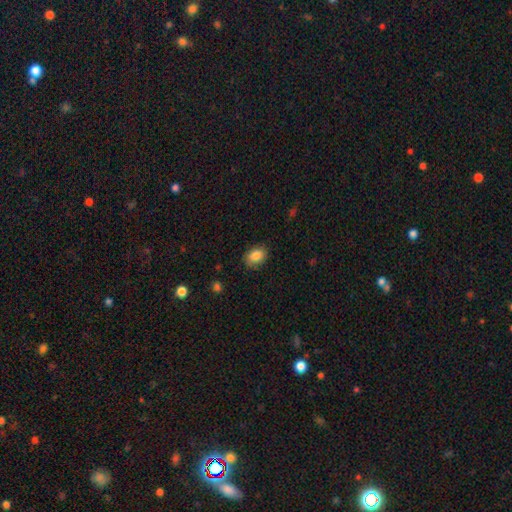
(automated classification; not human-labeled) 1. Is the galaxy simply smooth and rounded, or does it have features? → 85% smooth, 8% star or artifact, 7% featured or disk.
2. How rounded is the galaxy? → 74% in between, 25% round, 1% cigar-shaped.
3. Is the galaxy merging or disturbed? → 84% none, 13% minor disturbance, 3% major disturbance, 1% merger.